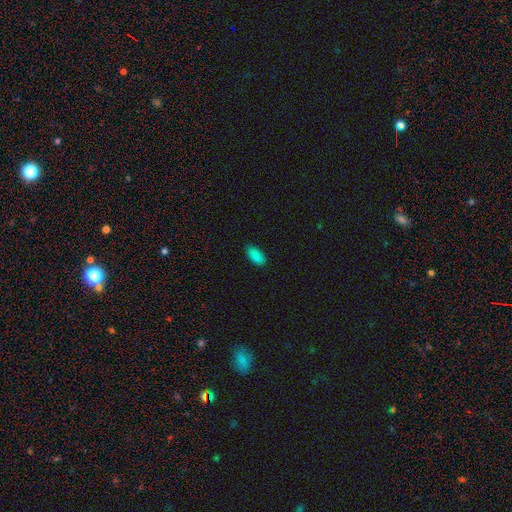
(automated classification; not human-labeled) This appears to be a smooth galaxy with no disk features (89%) that is in between round and cigar-shaped (89%). Merging: none (88%).